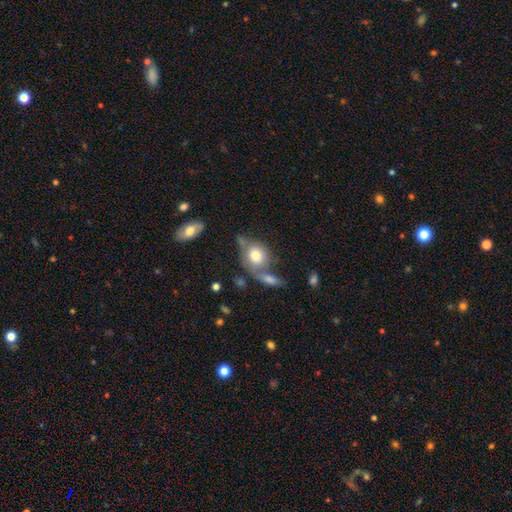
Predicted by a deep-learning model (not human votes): The model was most divided on "merging" (2-way tie): none: 37%, merger: 37%, minor disturbance: 17%, major disturbance: 10%. More confident: smooth or featured — smooth (73%); how rounded — round (59%).